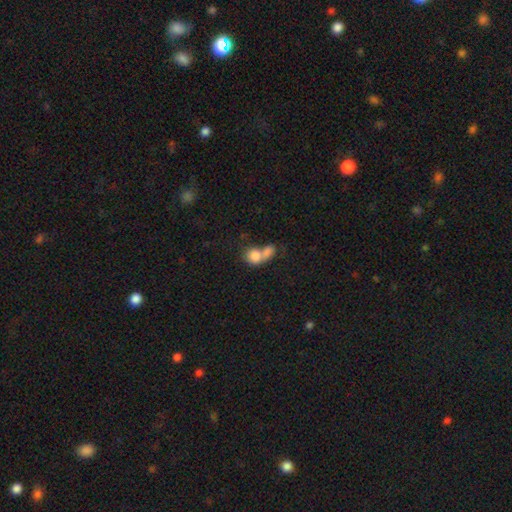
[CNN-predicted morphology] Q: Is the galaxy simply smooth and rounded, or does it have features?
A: smooth — 79%.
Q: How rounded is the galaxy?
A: round — 61%.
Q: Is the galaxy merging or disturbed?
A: merger — 69%.